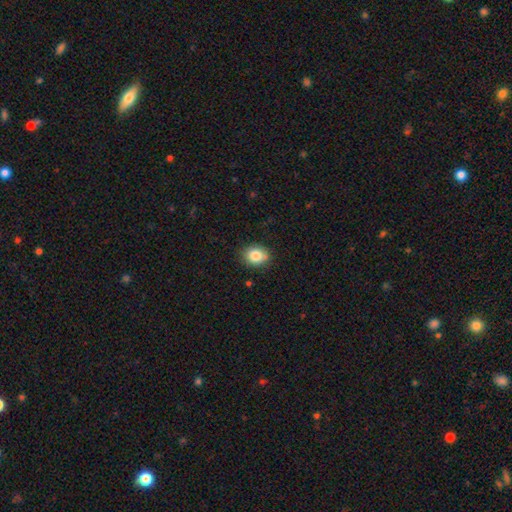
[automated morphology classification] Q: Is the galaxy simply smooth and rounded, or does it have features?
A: smooth — 84%.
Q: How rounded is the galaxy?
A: round — 50%.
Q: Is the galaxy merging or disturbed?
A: none — 81%.